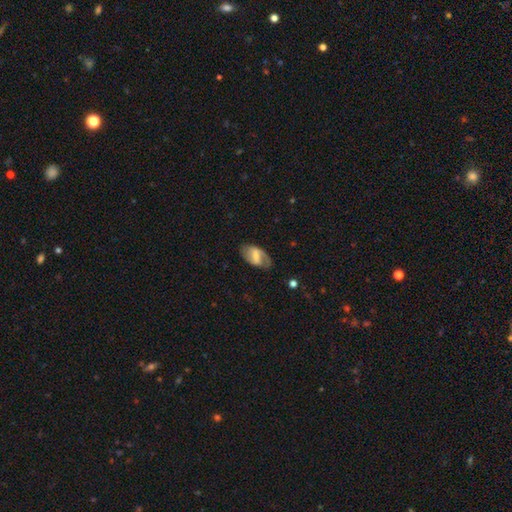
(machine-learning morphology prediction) Overall: featured or disk (59%; smooth 34%). Edge-on disk: no (95%). Bar: strong (47%; weak 40%). Spiral arms: yes (77%). Bulge size: small (35%; moderate 31%). Merging: none (72%).